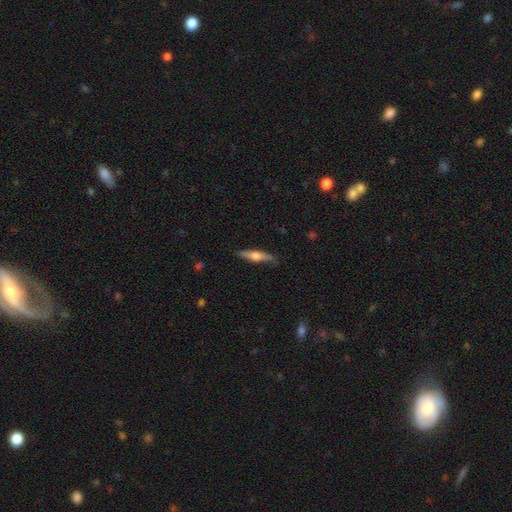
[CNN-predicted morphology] smooth-or-featured: featured or disk: 53% | smooth: 41% | star or artifact: 6%
  disk-edge-on: yes: 95% | no: 5%
    edge-on-bulge: rounded: 90% | boxy: 5% | none: 4%
  merging: none: 85% | minor disturbance: 12% | major disturbance: 2% | merger: 1%